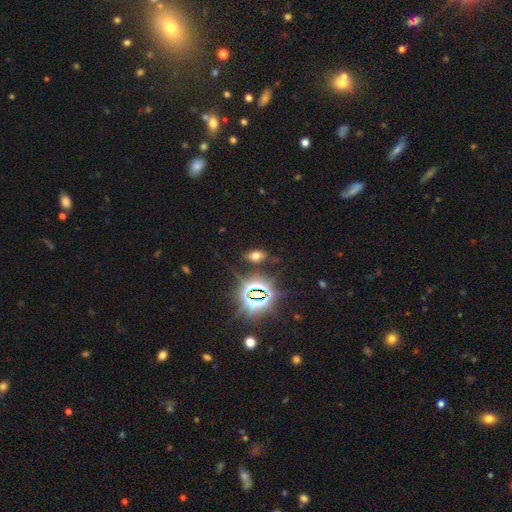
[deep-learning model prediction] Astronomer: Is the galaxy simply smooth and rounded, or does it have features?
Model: smooth — 48% (runner-up: star or artifact, 39%).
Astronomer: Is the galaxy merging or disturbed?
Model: none — 79%.